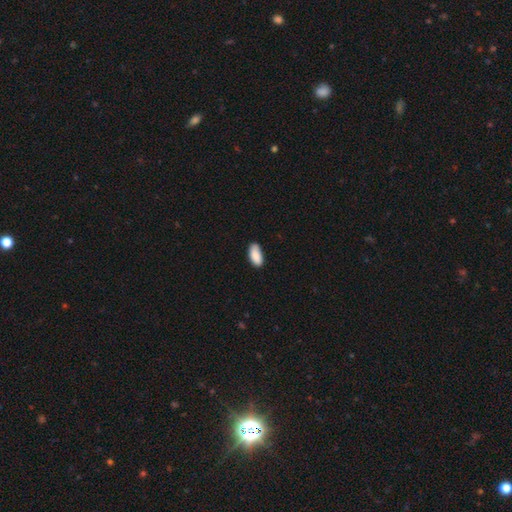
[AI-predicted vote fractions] Smooth or featured: smooth — 89% (star or artifact — 6%)
How rounded: in between — 91% (cigar-shaped — 7%)
Merging: none — 77% (minor disturbance — 19%)